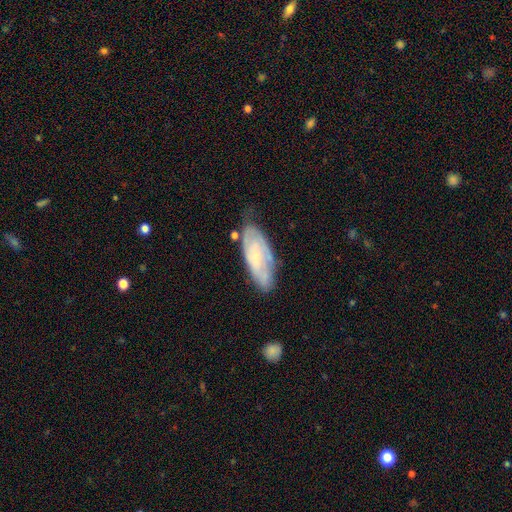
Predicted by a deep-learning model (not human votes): smooth_or_featured: featured or disk (p=0.57) [alt: smooth p=0.36]
disk_edge_on: no (p=0.86) [alt: yes p=0.14]
merging: none (p=0.60) [alt: minor disturbance p=0.29]